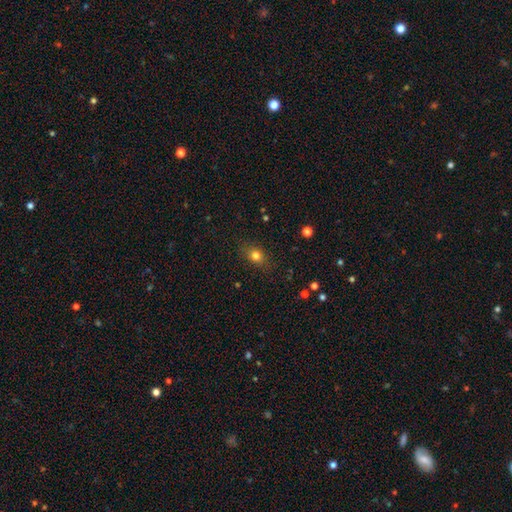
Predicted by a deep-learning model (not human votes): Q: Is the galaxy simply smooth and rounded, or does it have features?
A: smooth — 78%.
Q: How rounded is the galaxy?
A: in between — 55%.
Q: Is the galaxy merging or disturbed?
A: none — 84%.